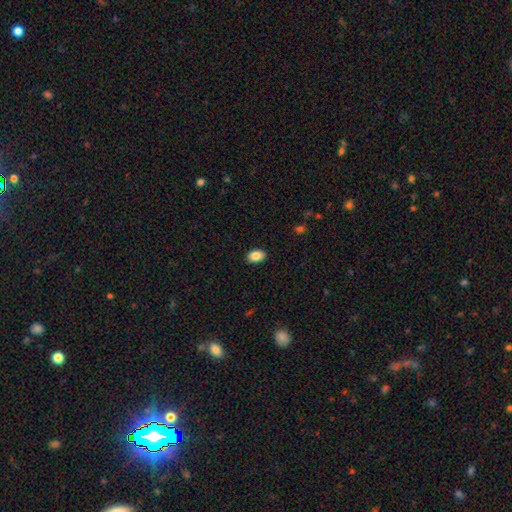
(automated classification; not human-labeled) A smooth galaxy with no disk features (86%) that is in between round and cigar-shaped (86%).

Vote fractions:
- Smooth or featured? smooth: 86% / star or artifact: 8% / featured or disk: 6%
- How rounded? in between: 86% / round: 13% / cigar-shaped: 1%
- Merging? none: 89% / minor disturbance: 8% / major disturbance: 2% / merger: 1%